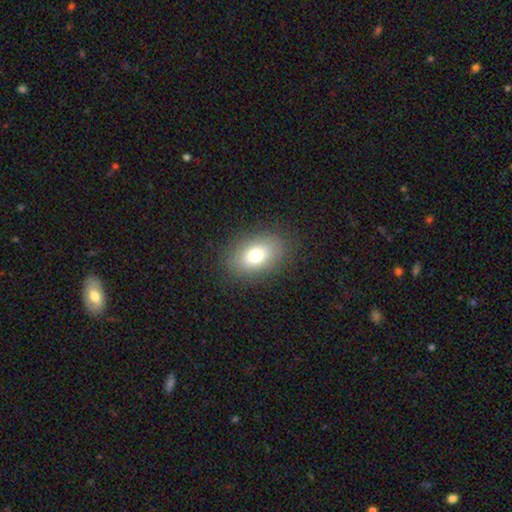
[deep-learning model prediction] Smooth or featured: smooth — 73% (featured or disk — 16%)
How rounded: in between — 79% (round — 20%)
Merging: none — 85% (minor disturbance — 10%)